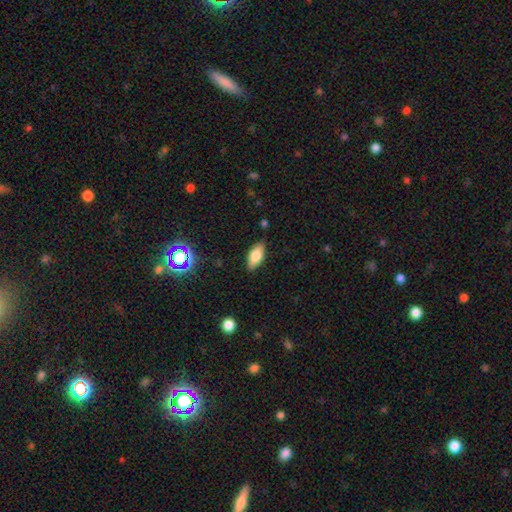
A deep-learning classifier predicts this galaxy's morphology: Smooth or featured: smooth — 75% (featured or disk — 17%)
How rounded: in between — 85% (cigar-shaped — 12%)
Merging: none — 86% (minor disturbance — 10%)